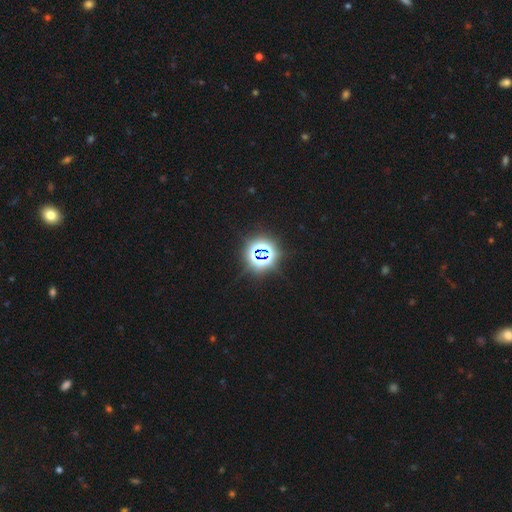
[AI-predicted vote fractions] star or artifact 76%, smooth 16%, featured or disk 8%.